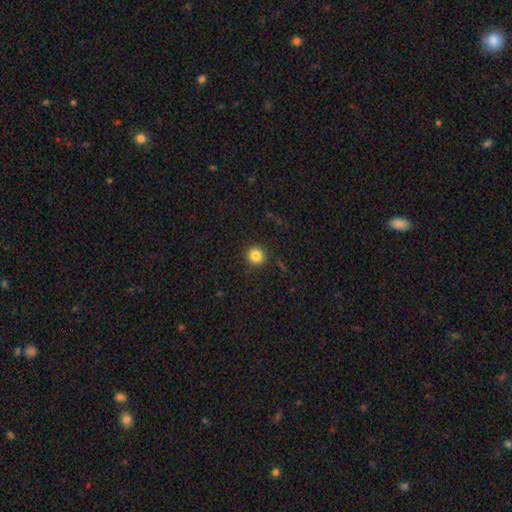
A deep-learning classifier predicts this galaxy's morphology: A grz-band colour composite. It shows a smooth galaxy with no disk features (84%) that is round (92%). Merging: none (90%).